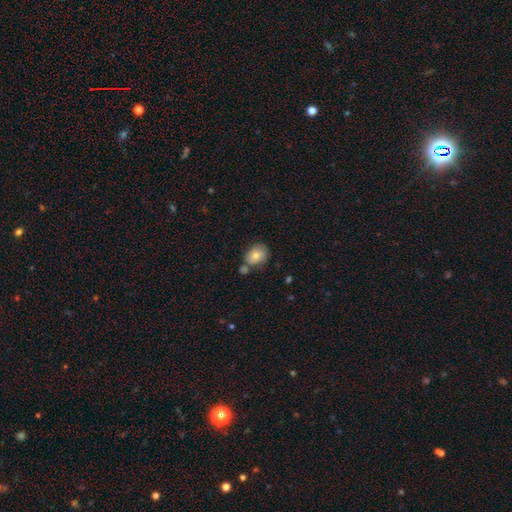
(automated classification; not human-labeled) Smooth or featured: smooth — 72% (featured or disk — 19%)
How rounded: in between — 56% (round — 43%)
Merging: none — 55% (merger — 20%)